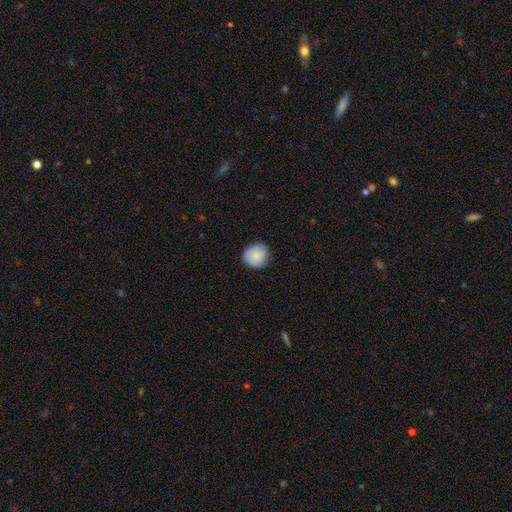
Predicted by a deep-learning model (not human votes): The model was most divided on "how rounded": round: 84%, in between: 15%, cigar-shaped: 1%. More confident: smooth or featured — smooth (85%); merging — none (83%).